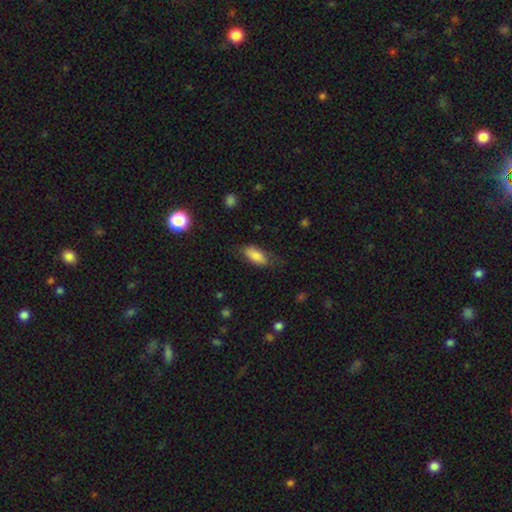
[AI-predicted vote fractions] smooth 79%, featured or disk 14%, star or artifact 7%. Down the decision tree: how rounded — in between (85%); merging — none (67%).